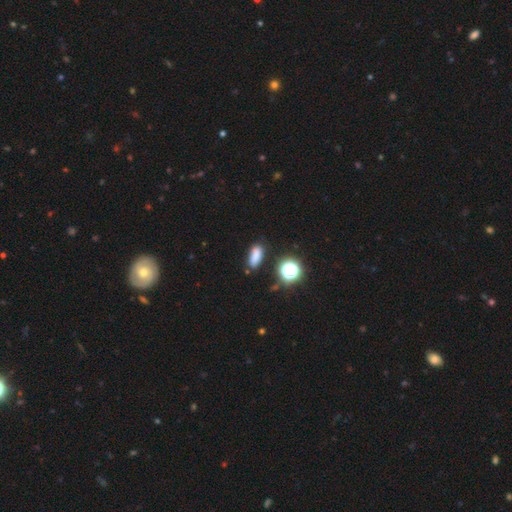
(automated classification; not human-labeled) Q: Smooth or featured?
A: smooth (78%); runner-up: star or artifact (16%)
Q: How rounded?
A: in between (73%); runner-up: cigar-shaped (18%)
Q: Merging?
A: none (80%); runner-up: minor disturbance (13%)